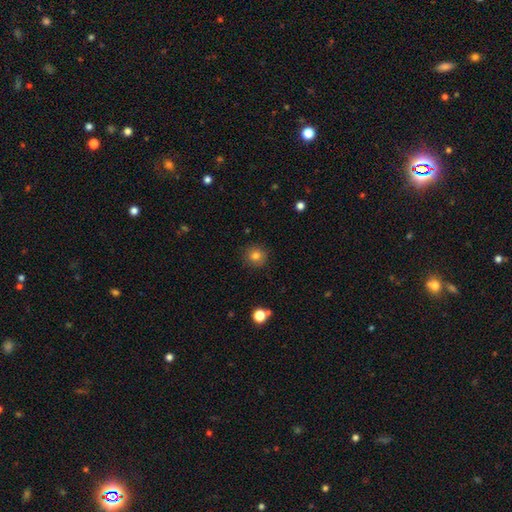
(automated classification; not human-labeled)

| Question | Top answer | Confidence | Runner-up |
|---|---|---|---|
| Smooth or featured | smooth | 81% | star or artifact (12%) |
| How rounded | round | 92% | in between (7%) |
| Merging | none | 90% | minor disturbance (7%) |